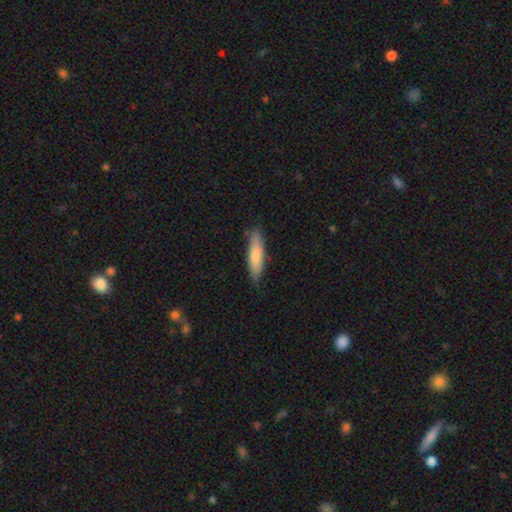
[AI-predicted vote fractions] Smooth or featured?
  - smooth: 76% *
  - featured or disk: 19%
  - star or artifact: 5%
How rounded?
  - cigar-shaped: 69% *
  - in between: 30%
  - round: 1%
Merging?
  - none: 79% *
  - minor disturbance: 17%
  - major disturbance: 3%
  - merger: 2%